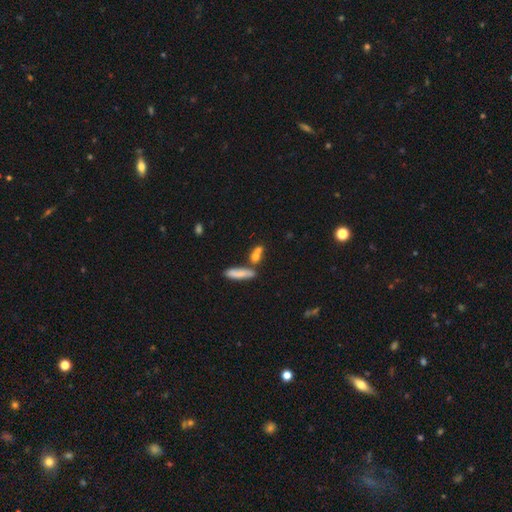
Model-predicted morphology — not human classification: A smooth galaxy with no disk features (66%) that is cigar-shaped (57%).

Vote fractions:
- Smooth or featured? smooth: 66% / featured or disk: 20% / star or artifact: 14%
- How rounded? cigar-shaped: 57% / in between: 30% / round: 13%
- Merging? none: 58% / merger: 26% / minor disturbance: 11% / major disturbance: 5%